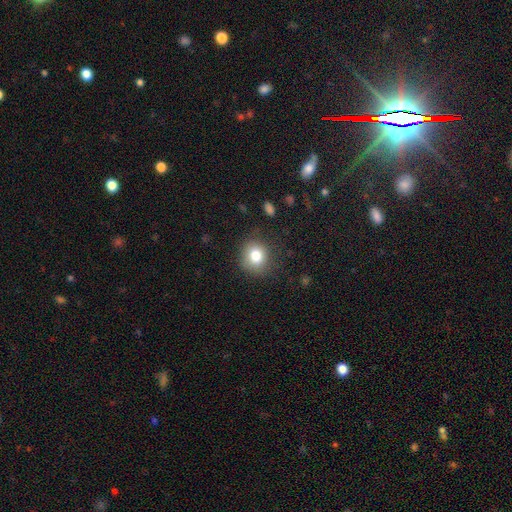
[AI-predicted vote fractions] smooth_or_featured: smooth (p=0.80) [alt: star or artifact p=0.11]
how_rounded: round (p=0.77) [alt: in between p=0.23]
merging: none (p=0.79) [alt: minor disturbance p=0.15]